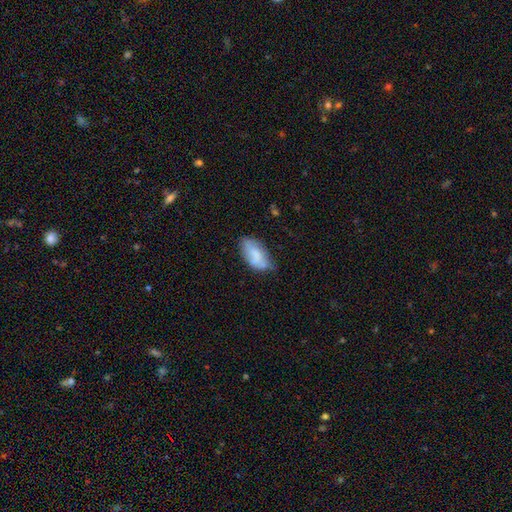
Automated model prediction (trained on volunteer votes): Overall: smooth (66%). How rounded: in between (93%). Merging: none (47%; minor disturbance 37%).